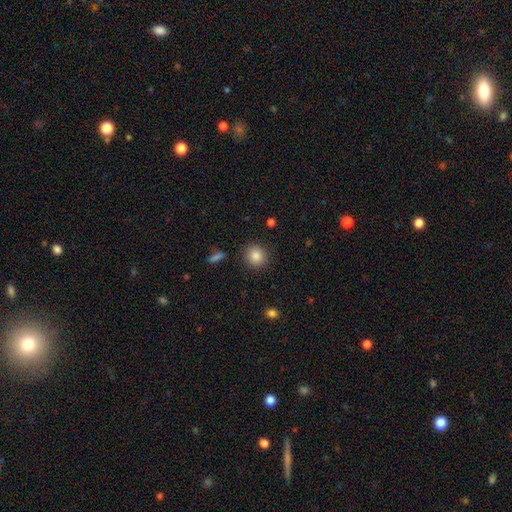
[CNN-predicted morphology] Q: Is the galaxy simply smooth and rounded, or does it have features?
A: smooth — 86%.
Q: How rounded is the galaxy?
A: round — 87%.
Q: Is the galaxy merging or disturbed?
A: none — 89%.